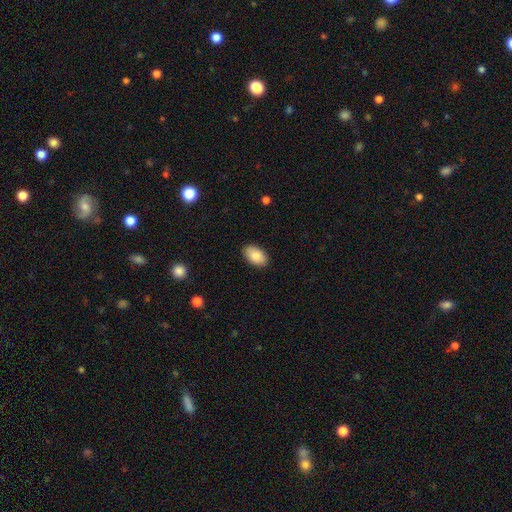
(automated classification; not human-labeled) smooth-or-featured: smooth: 88% | star or artifact: 7% | featured or disk: 6%
  how-rounded: in between: 94% | round: 5% | cigar-shaped: 1%
  merging: none: 88% | minor disturbance: 9% | major disturbance: 2% | merger: 1%